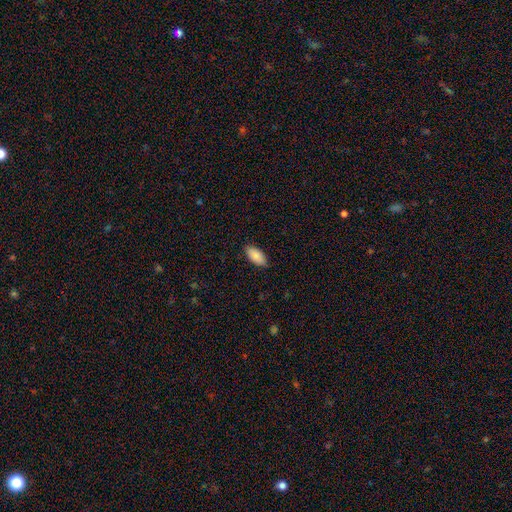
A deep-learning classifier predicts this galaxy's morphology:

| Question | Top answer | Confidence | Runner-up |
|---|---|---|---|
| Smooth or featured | smooth | 87% | featured or disk (7%) |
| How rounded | in between | 94% | cigar-shaped (4%) |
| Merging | none | 85% | minor disturbance (12%) |